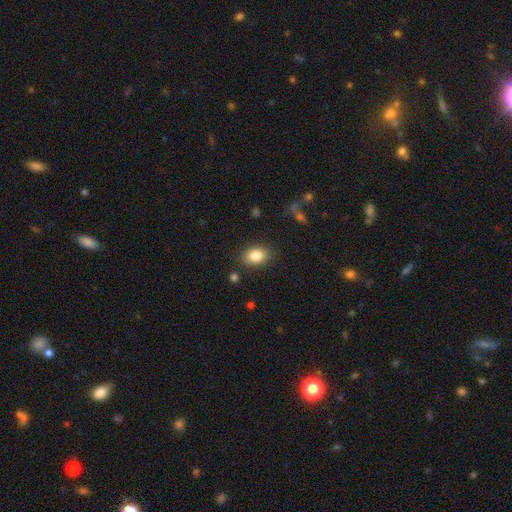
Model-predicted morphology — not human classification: The model was most divided on "how rounded": in between: 77%, round: 22%, cigar-shaped: 1%. More confident: merging — none (85%); smooth or featured — smooth (85%).